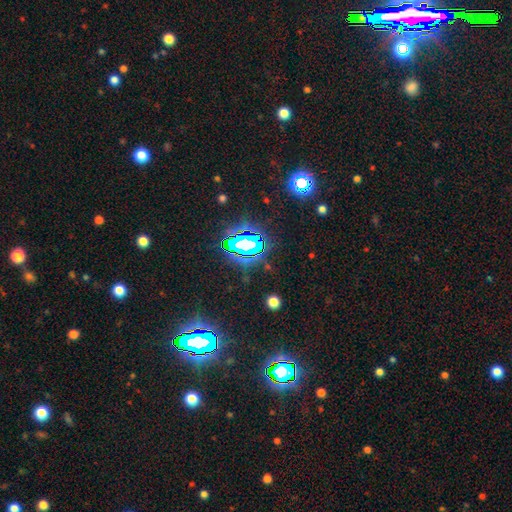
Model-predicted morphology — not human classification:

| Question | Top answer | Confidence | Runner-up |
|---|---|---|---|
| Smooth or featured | star or artifact | 81% | smooth (11%) |